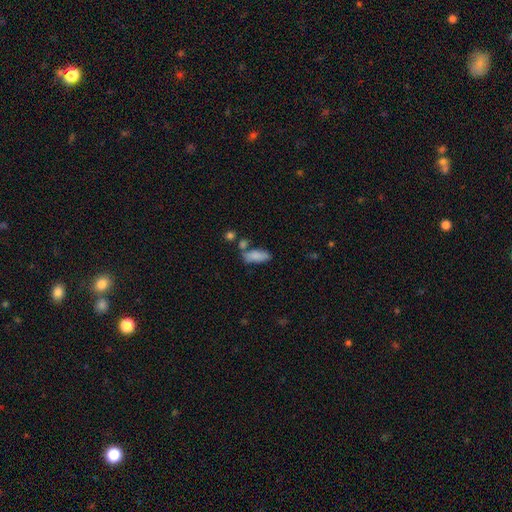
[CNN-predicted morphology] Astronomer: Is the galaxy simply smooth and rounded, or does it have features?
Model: smooth — 83%.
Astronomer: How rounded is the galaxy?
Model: in between — 76%.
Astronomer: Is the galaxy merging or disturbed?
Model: none — 57%.